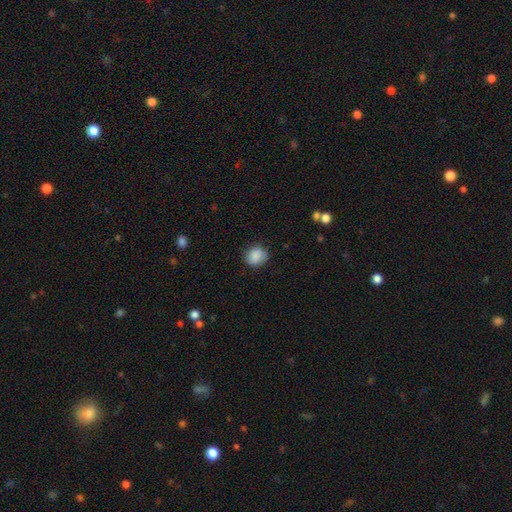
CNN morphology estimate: A smooth galaxy with no disk features (87%) that is round (77%). Merging: none (82%).